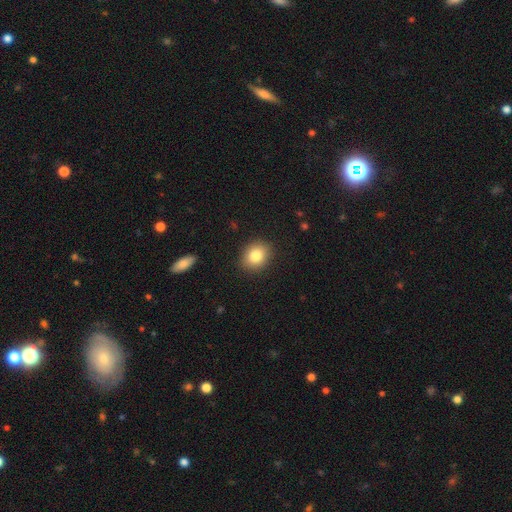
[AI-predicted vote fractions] This is clearly a smooth galaxy (83%). How rounded: likely round (61%). Merging: clearly none (88%).